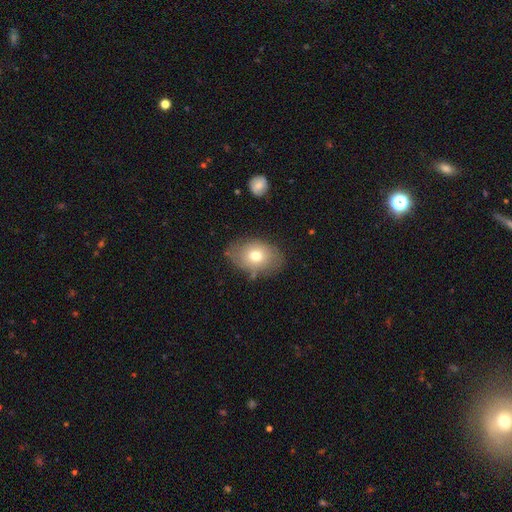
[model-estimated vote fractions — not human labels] This appears to be a smooth galaxy with no disk features (72%) that is in between round and cigar-shaped (79%). Merging: none (74%).